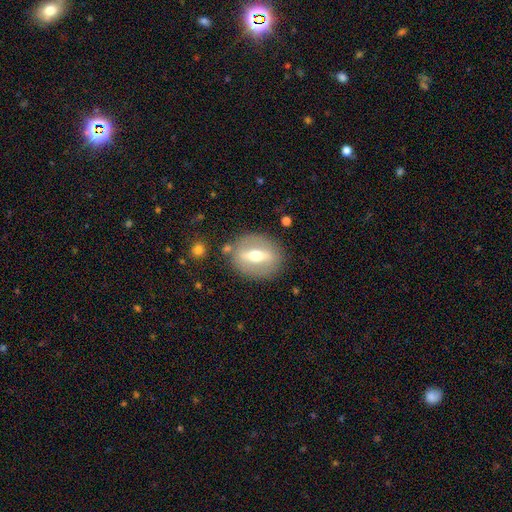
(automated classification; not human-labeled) A featured or disk galaxy (63%). Merging: none (84%).